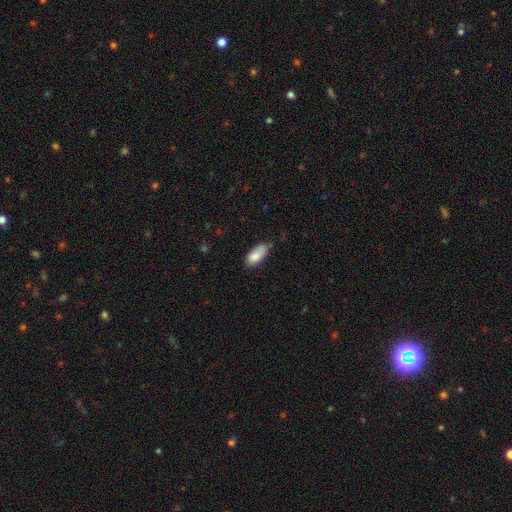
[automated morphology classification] Smooth or featured?
  - smooth: 83% *
  - featured or disk: 10%
  - star or artifact: 7%
How rounded?
  - in between: 87% *
  - cigar-shaped: 11%
  - round: 2%
Merging?
  - none: 56% *
  - minor disturbance: 34%
  - major disturbance: 7%
  - merger: 4%